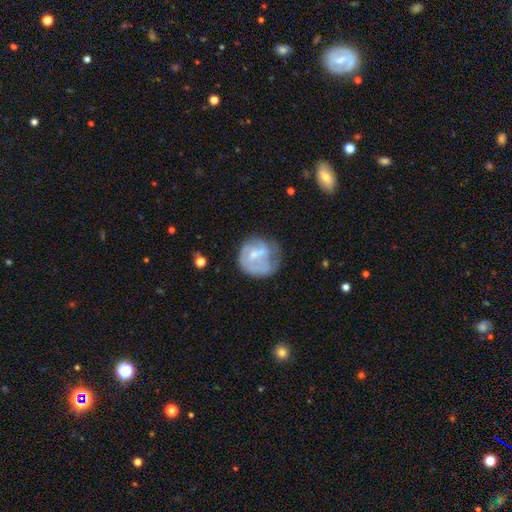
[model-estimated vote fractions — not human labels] Smooth or featured: featured or disk — 51% (smooth — 41%)
Edge-on disk: no — 98% (yes — 2%)
Bar: no — 53% (weak — 38%)
Spiral arms: no — 59% (yes — 41%)
Bulge size: small — 50% (moderate — 27%)
Merging: none — 41% (minor disturbance — 26%)